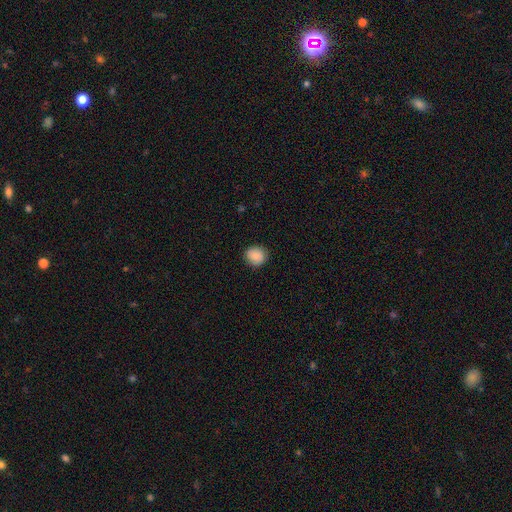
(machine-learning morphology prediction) A smooth galaxy with no disk features (84%) that is round (87%).

Vote fractions:
- Smooth or featured? smooth: 84% / featured or disk: 8% / star or artifact: 8%
- How rounded? round: 87% / in between: 12% / cigar-shaped: 1%
- Merging? none: 87% / minor disturbance: 10% / major disturbance: 2% / merger: 1%